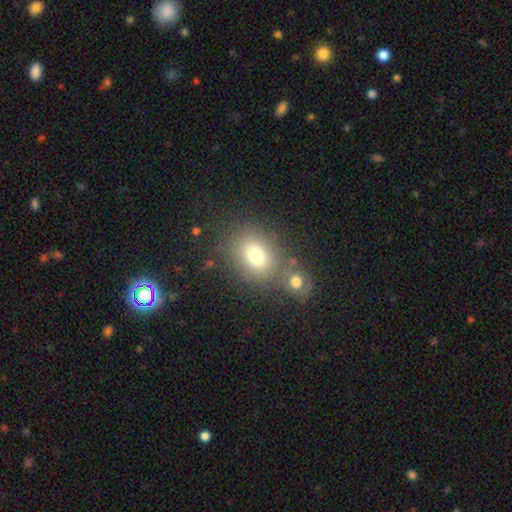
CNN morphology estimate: type=smooth (75%); roundness=in between (50%); merging=none (56%).